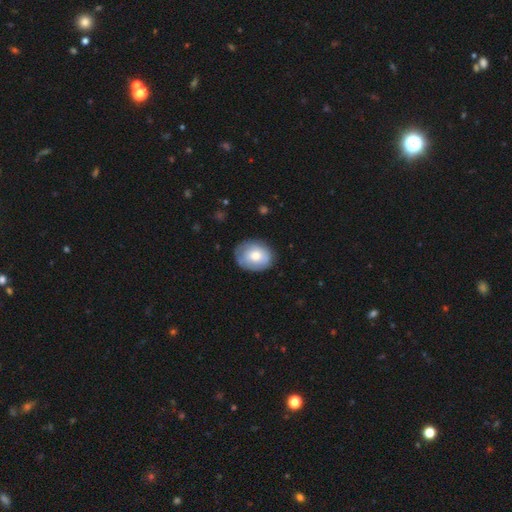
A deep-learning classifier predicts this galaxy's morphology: The model was most divided on "how rounded": round: 50%, in between: 49%, cigar-shaped: 1%. More confident: merging — none (77%); smooth or featured — smooth (68%).